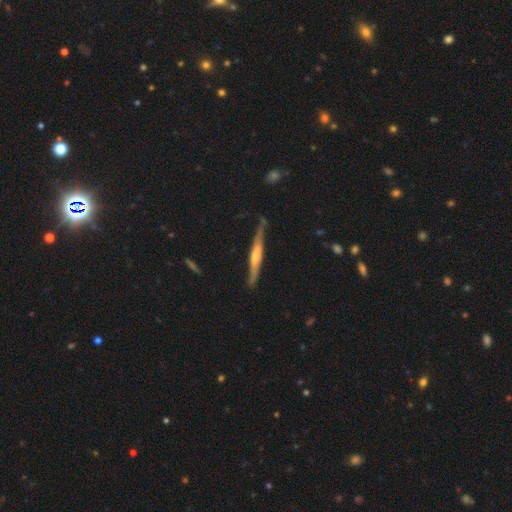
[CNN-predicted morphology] Smooth or featured?
  - featured or disk: 75% *
  - smooth: 20%
  - star or artifact: 6%
Edge-on disk?
  - yes: 96% *
  - no: 4%
Edge-on bulge?
  - rounded: 63% *
  - none: 21%
  - boxy: 16%
Merging?
  - none: 83% *
  - minor disturbance: 13%
  - major disturbance: 2%
  - merger: 2%